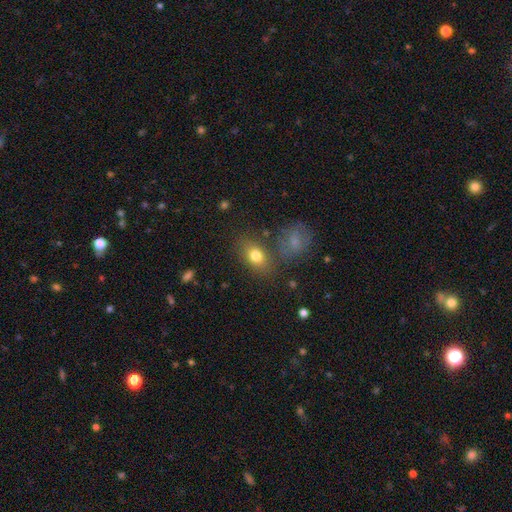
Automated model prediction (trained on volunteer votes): The model was most divided on "how rounded": in between: 74%, round: 24%, cigar-shaped: 2%. More confident: smooth or featured — smooth (78%); merging — none (70%).